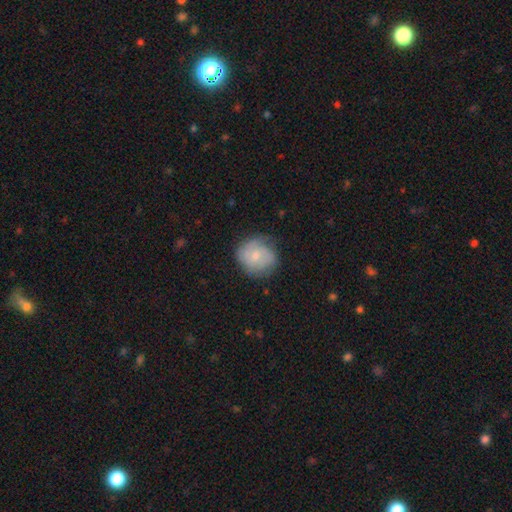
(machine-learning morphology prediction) This appears to be a smooth galaxy with no disk features (57%) that is round (81%). Merging: none (69%).